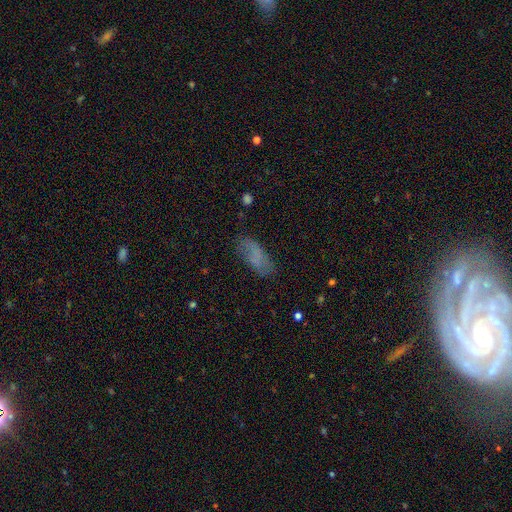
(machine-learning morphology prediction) smooth 66%, featured or disk 24%, star or artifact 10%. Down the decision tree: how rounded — in between (81%); merging — none (67%).